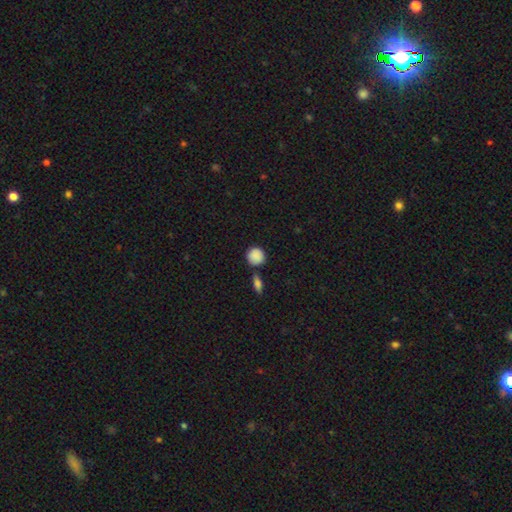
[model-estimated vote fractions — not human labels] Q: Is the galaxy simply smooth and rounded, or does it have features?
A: smooth — 88%.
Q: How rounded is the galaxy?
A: round — 89%.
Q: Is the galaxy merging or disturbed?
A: none — 75%.